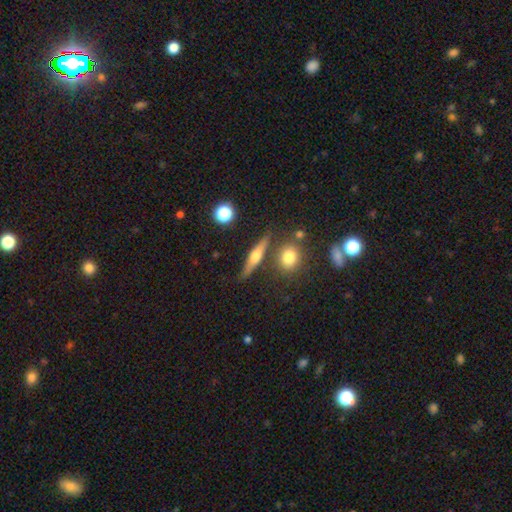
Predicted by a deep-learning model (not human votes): Q: Smooth or featured?
A: featured or disk (59%); runner-up: smooth (32%)
Q: Edge-on disk?
A: yes (94%); runner-up: no (6%)
Q: Edge-on bulge?
A: rounded (89%); runner-up: boxy (6%)
Q: Merging?
A: none (80%); runner-up: minor disturbance (10%)